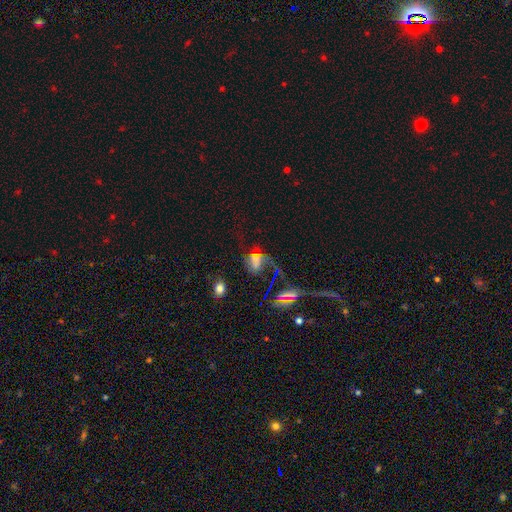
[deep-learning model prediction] The model was most divided on "smooth or featured": featured or disk: 40%, smooth: 35%, star or artifact: 25%. Remaining: merging — major disturbance (36%).